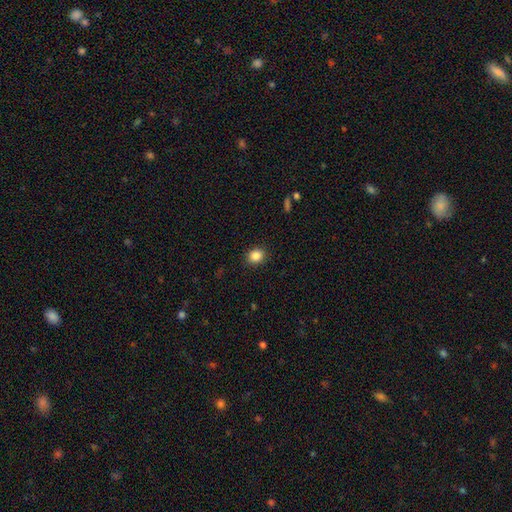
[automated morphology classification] smooth-or-featured: smooth: 86% | star or artifact: 10% | featured or disk: 4%
  how-rounded: round: 59% | in between: 40% | cigar-shaped: 1%
  merging: none: 89% | minor disturbance: 8% | major disturbance: 2% | merger: 1%